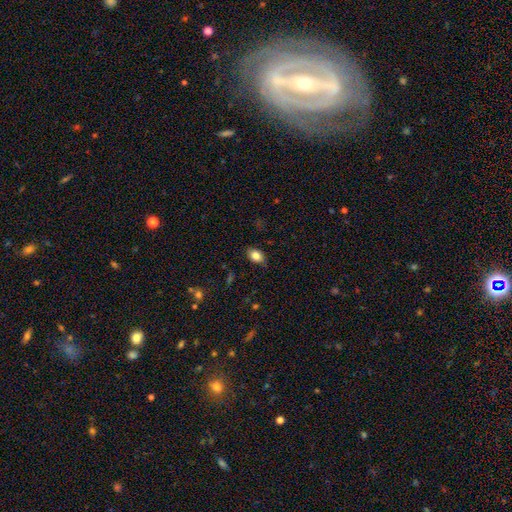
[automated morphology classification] Smooth or featured?
  - smooth: 83% *
  - star or artifact: 9%
  - featured or disk: 8%
How rounded?
  - in between: 83% *
  - round: 15%
  - cigar-shaped: 2%
Merging?
  - none: 82% *
  - minor disturbance: 14%
  - major disturbance: 3%
  - merger: 1%